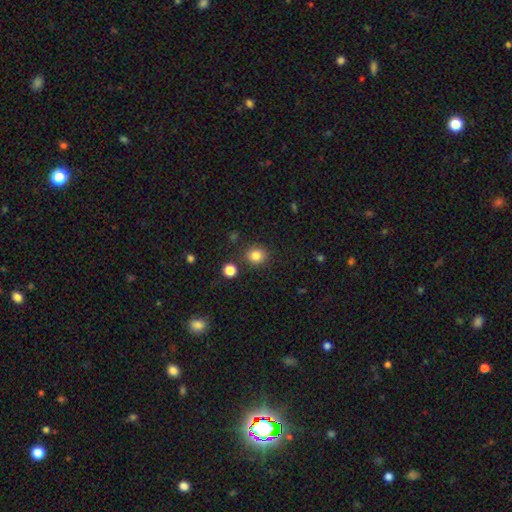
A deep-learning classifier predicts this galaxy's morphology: smooth_or_featured: smooth (p=0.83) [alt: star or artifact p=0.12]
how_rounded: round (p=0.86) [alt: in between p=0.13]
merging: none (p=0.86) [alt: minor disturbance p=0.08]